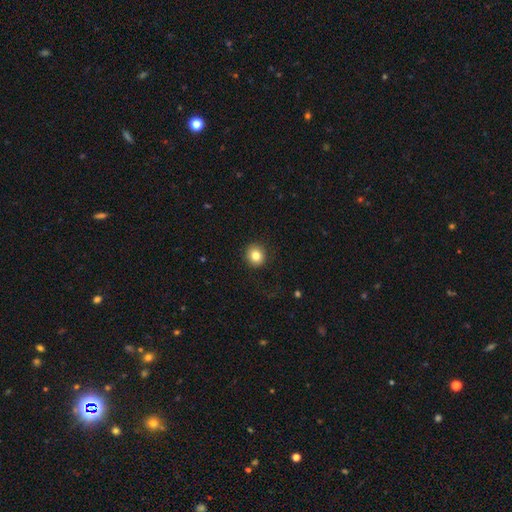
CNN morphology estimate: A smooth galaxy with no disk features (83%) that is round (87%). Merging: none (90%).